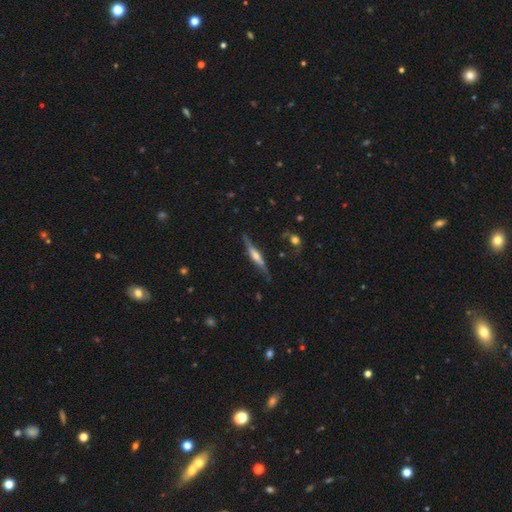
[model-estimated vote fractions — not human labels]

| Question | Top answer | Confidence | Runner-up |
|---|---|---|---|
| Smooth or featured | featured or disk | 65% | smooth (29%) |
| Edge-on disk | yes | 94% | no (6%) |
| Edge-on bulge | rounded | 72% | boxy (15%) |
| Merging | none | 77% | minor disturbance (17%) |